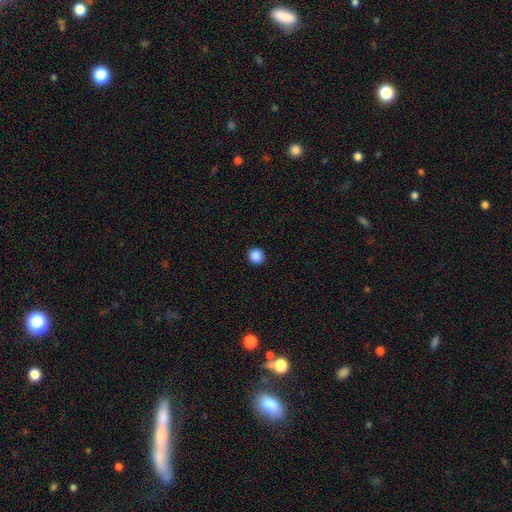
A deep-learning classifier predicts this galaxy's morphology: This is clearly a smooth galaxy (88%). How rounded: clearly round (93%). Merging: clearly none (93%).